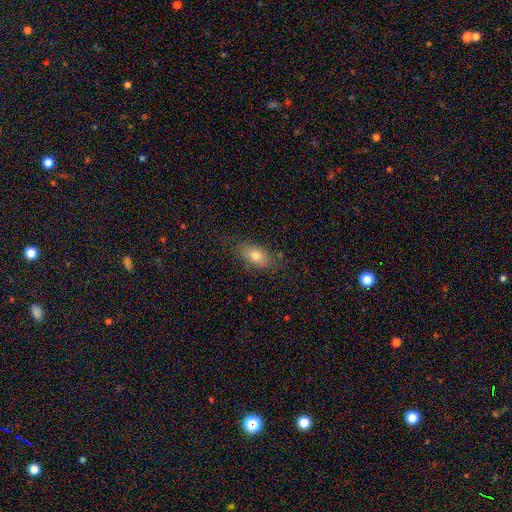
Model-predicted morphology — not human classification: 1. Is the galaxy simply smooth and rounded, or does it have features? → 75% smooth, 16% featured or disk, 9% star or artifact.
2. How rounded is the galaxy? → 86% in between, 8% round, 6% cigar-shaped.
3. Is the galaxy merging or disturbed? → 74% none, 18% minor disturbance, 6% major disturbance, 2% merger.